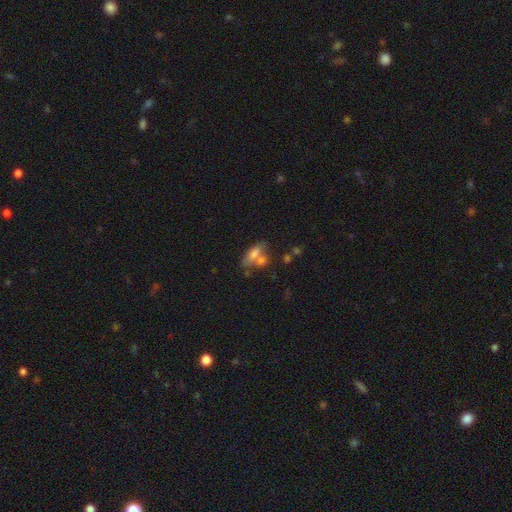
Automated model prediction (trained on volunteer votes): Morphology: type=smooth (67%); roundness=in between (82%); merging=merger (42%).